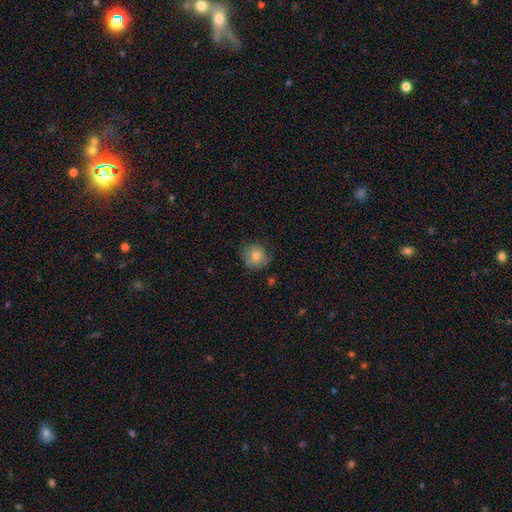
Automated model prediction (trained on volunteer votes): smooth_or_featured: smooth (p=0.80) [alt: featured or disk p=0.11]
how_rounded: round (p=0.88) [alt: in between p=0.11]
merging: none (p=0.76) [alt: minor disturbance p=0.18]